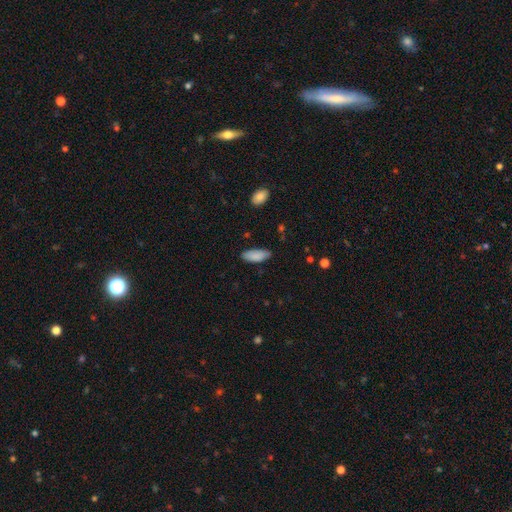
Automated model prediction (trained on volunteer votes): The model was most divided on "how rounded": in between: 80%, cigar-shaped: 18%, round: 2%. More confident: smooth or featured — smooth (88%); merging — none (80%).